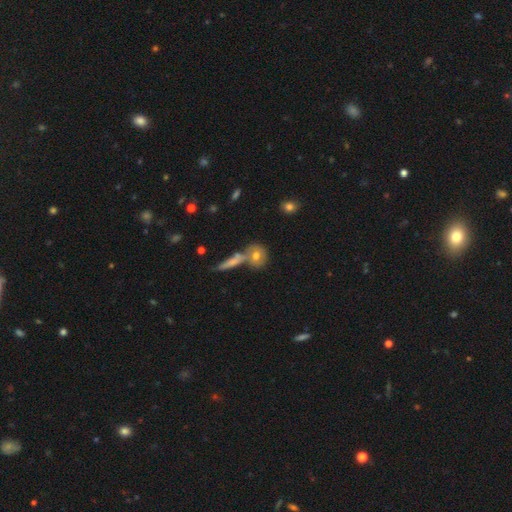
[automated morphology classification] Smooth or featured: smooth — 49% (star or artifact — 26%)
Merging: none — 51% (merger — 32%)